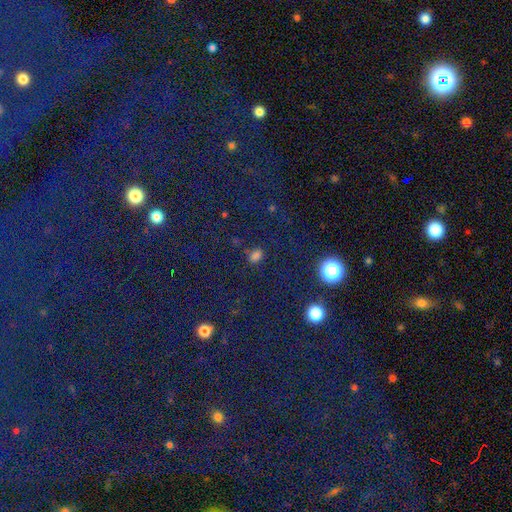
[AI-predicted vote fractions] Smooth or featured? smooth (70%)
How rounded? in between (78%)
Merging? none (79%)